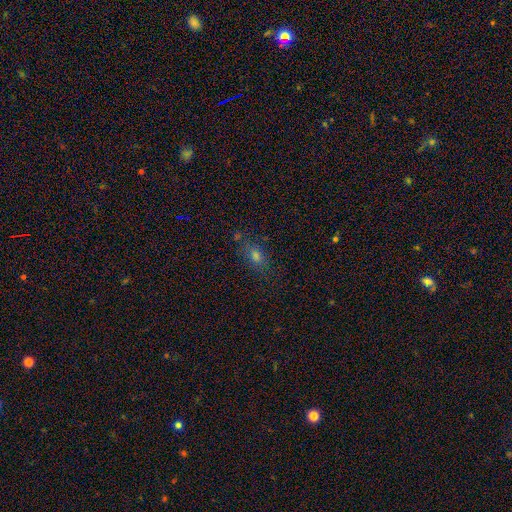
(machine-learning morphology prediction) This appears to be a smooth galaxy with no disk features (60%) that is in between round and cigar-shaped (68%). Merging: none (72%).